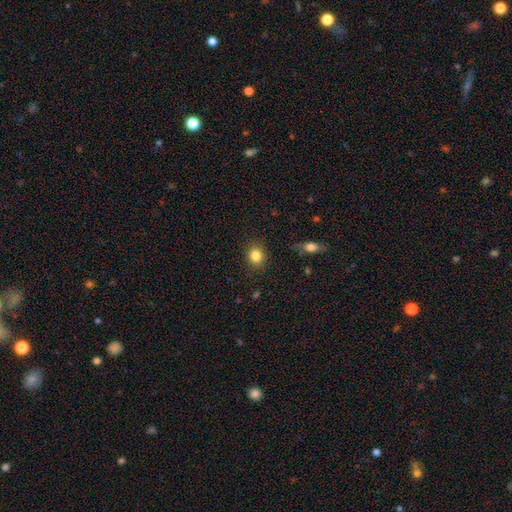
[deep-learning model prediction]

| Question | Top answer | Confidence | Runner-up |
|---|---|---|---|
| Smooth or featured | smooth | 84% | star or artifact (10%) |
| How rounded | round | 70% | in between (29%) |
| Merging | none | 88% | minor disturbance (8%) |